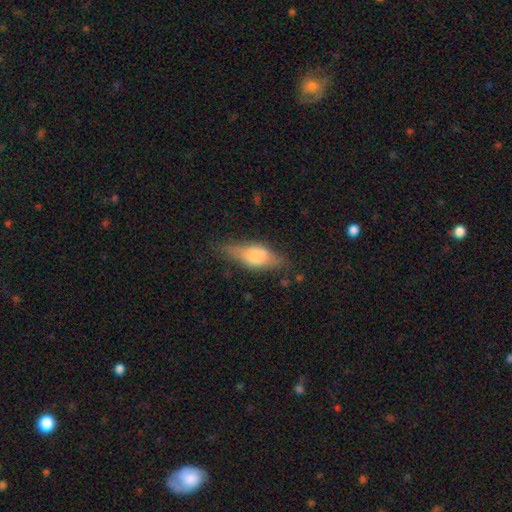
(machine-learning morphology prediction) Smooth or featured?
  - smooth: 61% *
  - featured or disk: 32%
  - star or artifact: 8%
How rounded?
  - in between: 73% *
  - cigar-shaped: 22%
  - round: 5%
Merging?
  - none: 60% *
  - minor disturbance: 27%
  - major disturbance: 11%
  - merger: 2%